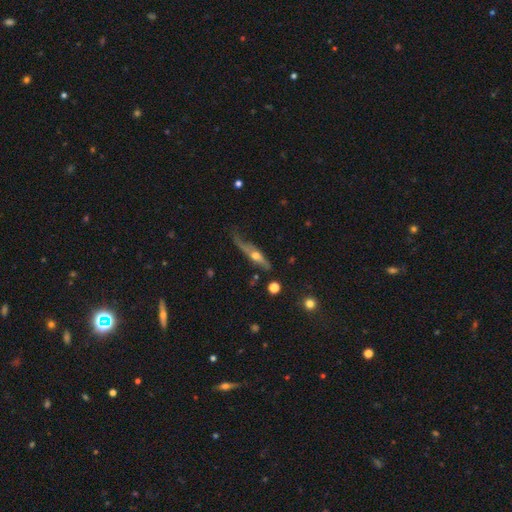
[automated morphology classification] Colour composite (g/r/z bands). It shows a featured or disk galaxy (61%) viewed edge-on (76%). Merging: none (45%).